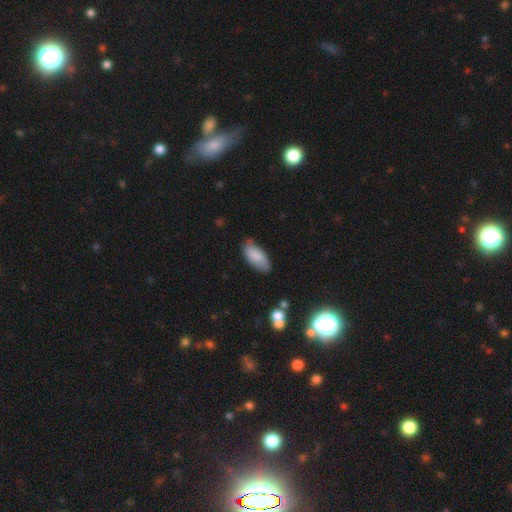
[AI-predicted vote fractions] smooth 83%, featured or disk 10%, star or artifact 6%. Down the decision tree: how rounded — in between (90%); merging — none (72%).